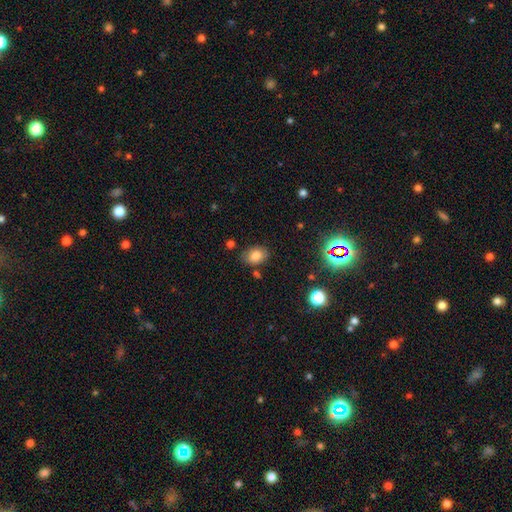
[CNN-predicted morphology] The model was most divided on "how rounded": in between: 76%, round: 23%, cigar-shaped: 1%. More confident: smooth or featured — smooth (79%); merging — none (76%).